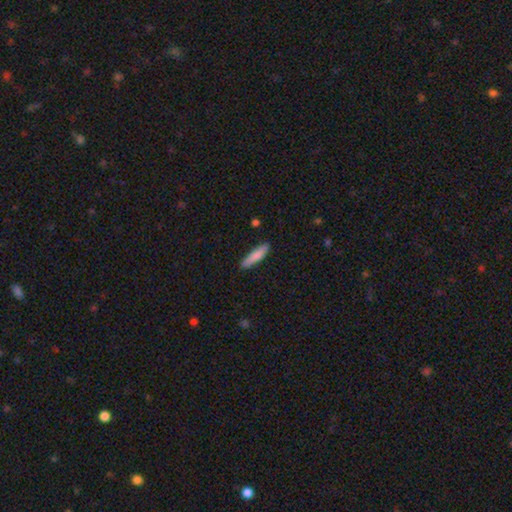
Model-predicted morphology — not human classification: type=smooth (82%); roundness=cigar-shaped (80%); merging=none (85%).